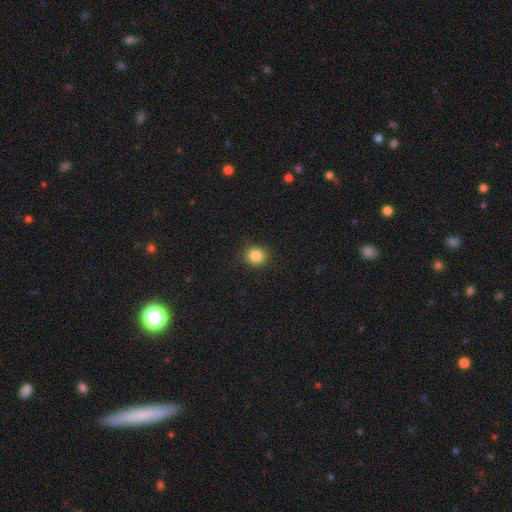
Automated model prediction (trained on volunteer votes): smooth-or-featured: smooth: 85% | star or artifact: 10% | featured or disk: 4%
  how-rounded: round: 85% | in between: 14% | cigar-shaped: 1%
  merging: none: 90% | minor disturbance: 7% | major disturbance: 2% | merger: 1%